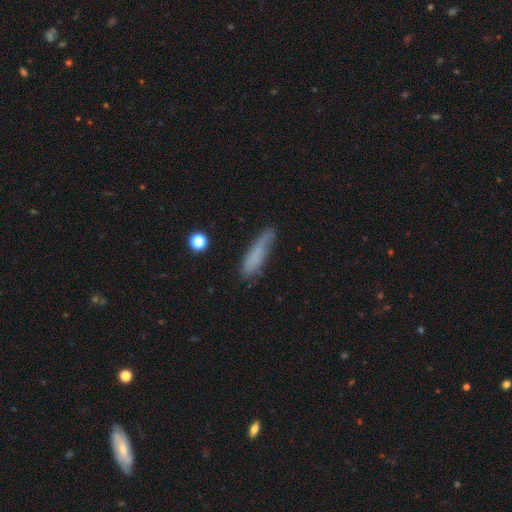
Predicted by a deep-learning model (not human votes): Q: Smooth or featured?
A: smooth (67%); runner-up: featured or disk (23%)
Q: How rounded?
A: cigar-shaped (77%); runner-up: in between (21%)
Q: Merging?
A: none (62%); runner-up: minor disturbance (27%)